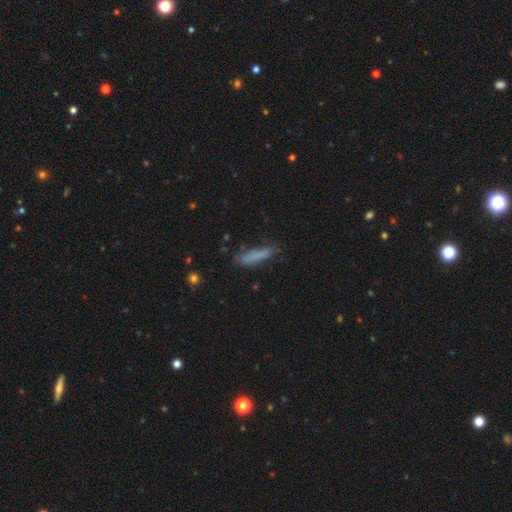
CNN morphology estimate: Q: Smooth or featured?
A: smooth (77%); runner-up: featured or disk (14%)
Q: How rounded?
A: cigar-shaped (81%); runner-up: in between (17%)
Q: Merging?
A: none (67%); runner-up: minor disturbance (22%)